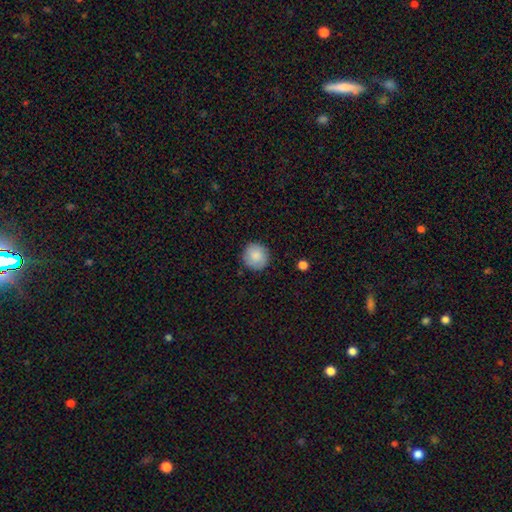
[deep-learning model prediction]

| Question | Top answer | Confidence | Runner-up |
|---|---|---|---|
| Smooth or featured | smooth | 86% | star or artifact (7%) |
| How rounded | round | 94% | in between (5%) |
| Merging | none | 89% | minor disturbance (8%) |